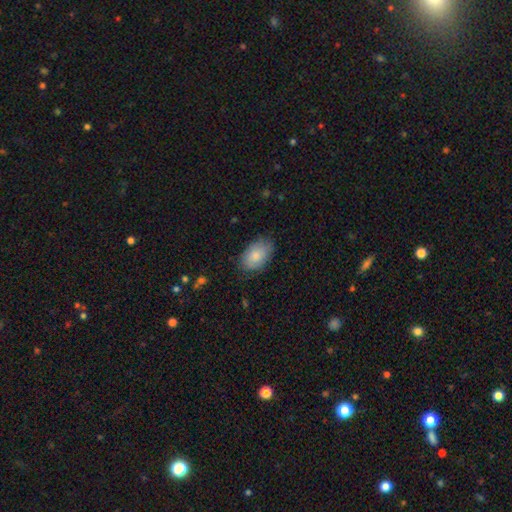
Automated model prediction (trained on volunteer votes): A smooth galaxy with no disk features (82%) that is in between round and cigar-shaped (90%). Merging: none (76%).